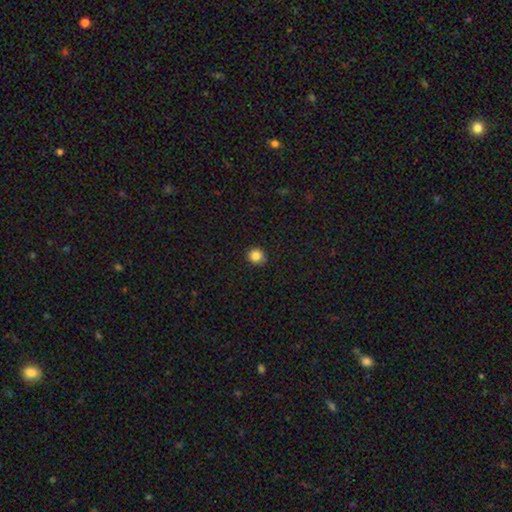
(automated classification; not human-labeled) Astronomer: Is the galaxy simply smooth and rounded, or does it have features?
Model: smooth — 85%.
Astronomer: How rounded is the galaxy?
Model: round — 87%.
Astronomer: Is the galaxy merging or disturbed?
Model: none — 86%.